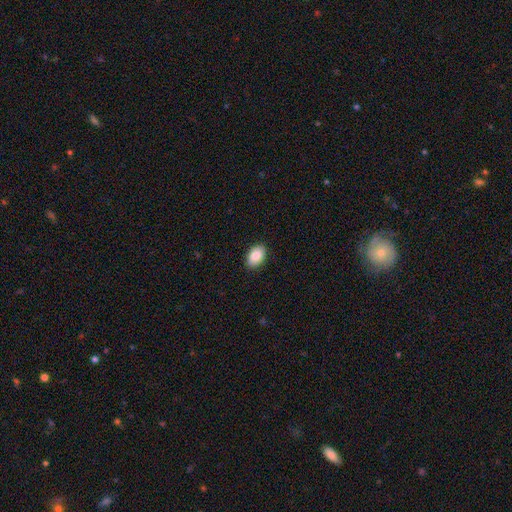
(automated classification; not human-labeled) A smooth galaxy with no disk features (88%) that is in between round and cigar-shaped (90%).

Vote fractions:
- Smooth or featured? smooth: 88% / star or artifact: 7% / featured or disk: 5%
- How rounded? in between: 90% / round: 9% / cigar-shaped: 1%
- Merging? none: 90% / minor disturbance: 8% / major disturbance: 2% / merger: 1%